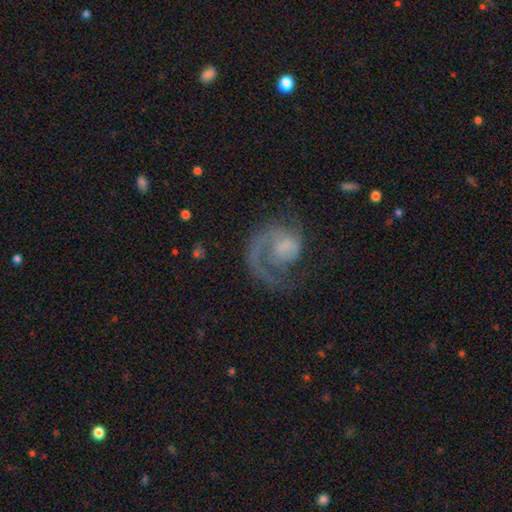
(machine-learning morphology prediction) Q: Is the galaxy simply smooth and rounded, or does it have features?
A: featured or disk — 80%.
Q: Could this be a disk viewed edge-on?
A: no — 98%.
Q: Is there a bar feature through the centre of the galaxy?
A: no — 68%.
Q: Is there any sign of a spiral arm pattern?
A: yes — 93%.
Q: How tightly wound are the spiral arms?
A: medium — 40%.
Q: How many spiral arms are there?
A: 1 — 80%.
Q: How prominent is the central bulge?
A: small — 32%, tied with none.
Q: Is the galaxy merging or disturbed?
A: none — 56%.